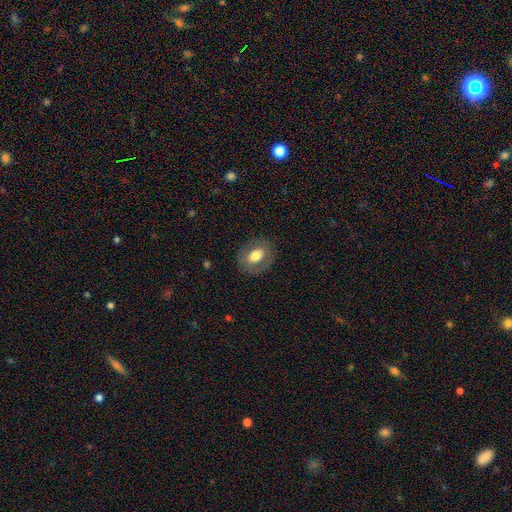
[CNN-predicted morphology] This appears to be a smooth galaxy with no disk features (64%) that is in between round and cigar-shaped (57%). Merging: none (83%).